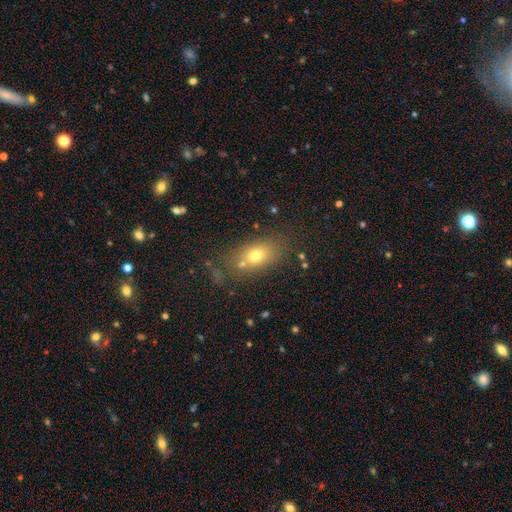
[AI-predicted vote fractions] Overall: smooth (70%). How rounded: in between (76%). Merging: none (70%).